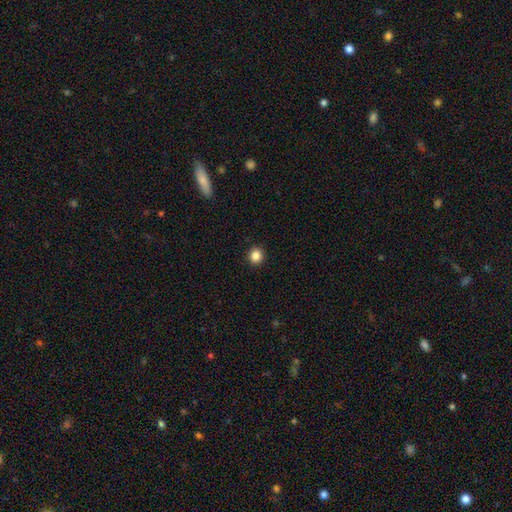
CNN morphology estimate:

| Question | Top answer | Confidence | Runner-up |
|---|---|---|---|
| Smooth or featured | smooth | 86% | star or artifact (11%) |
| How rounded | round | 90% | in between (9%) |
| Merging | none | 93% | minor disturbance (5%) |